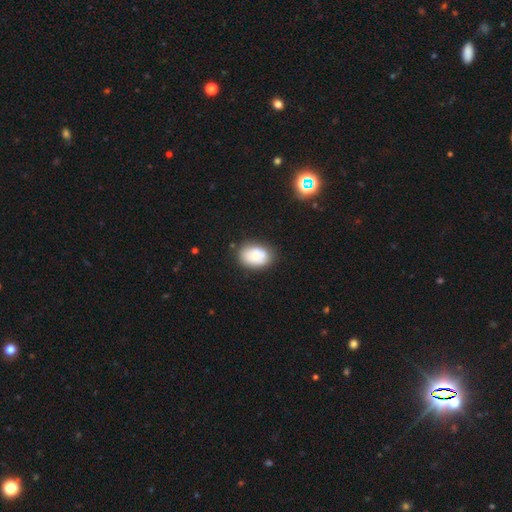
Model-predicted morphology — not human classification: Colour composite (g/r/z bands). It shows a smooth galaxy with no disk features (71%) that is in between round and cigar-shaped (77%). Merging: none (71%).